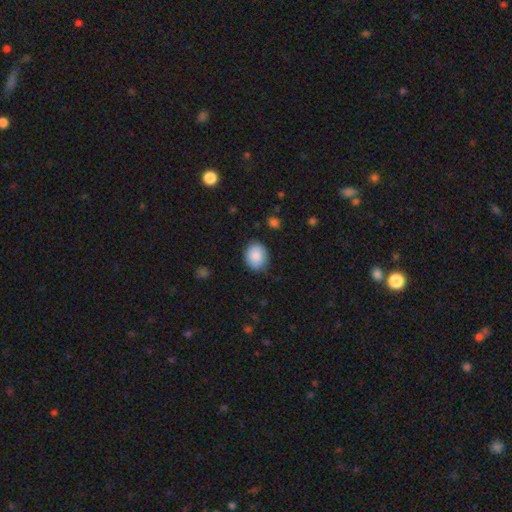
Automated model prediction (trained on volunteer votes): smooth_or_featured: smooth (p=0.88) [alt: star or artifact p=0.07]
how_rounded: round (p=0.56) [alt: in between p=0.43]
merging: none (p=0.84) [alt: minor disturbance p=0.12]